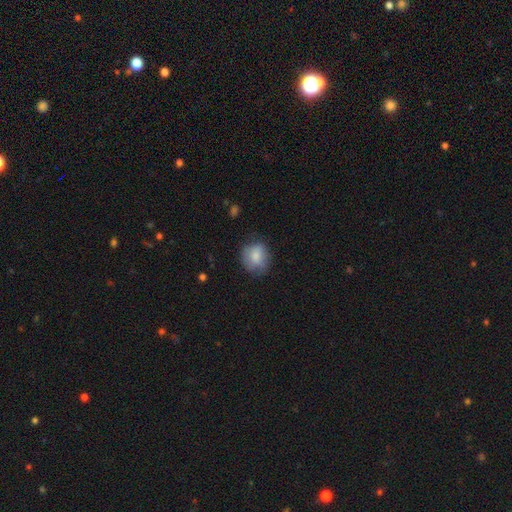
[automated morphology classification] Smooth or featured?
  - smooth: 79% *
  - featured or disk: 13%
  - star or artifact: 8%
How rounded?
  - round: 71% *
  - in between: 28%
  - cigar-shaped: 1%
Merging?
  - none: 67% *
  - minor disturbance: 24%
  - major disturbance: 8%
  - merger: 1%